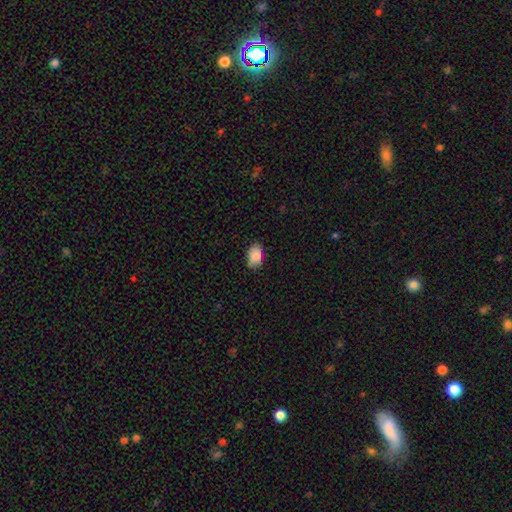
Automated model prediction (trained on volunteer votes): This appears to be a smooth galaxy with no disk features (89%) that is in between round and cigar-shaped (88%). Merging: none (82%).